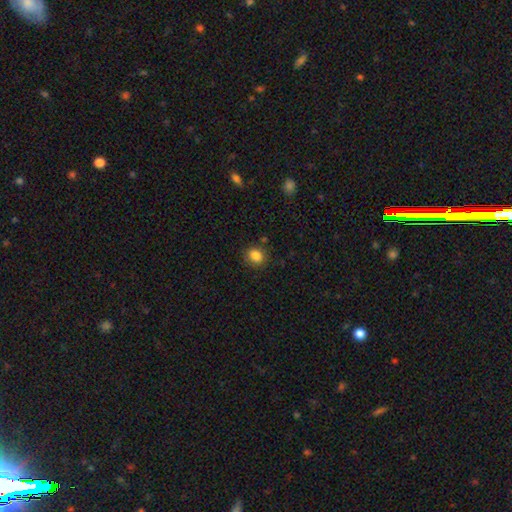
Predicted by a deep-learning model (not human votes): Smooth or featured? smooth (84%)
How rounded? round (70%)
Merging? none (84%)